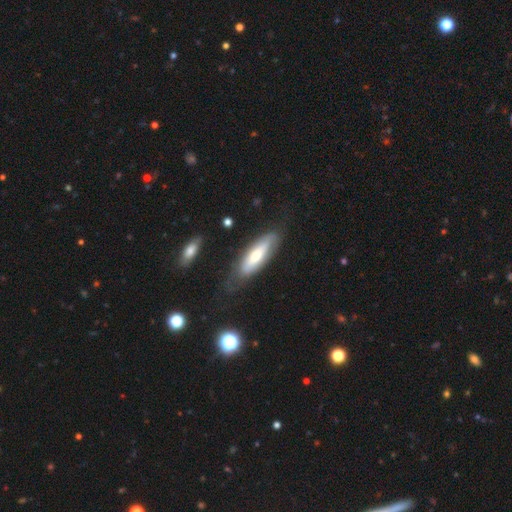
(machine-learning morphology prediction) smooth_or_featured: smooth (p=0.52) [alt: featured or disk p=0.41]
how_rounded: in between (p=0.53) [alt: cigar-shaped p=0.46]
merging: none (p=0.69) [alt: minor disturbance p=0.21]